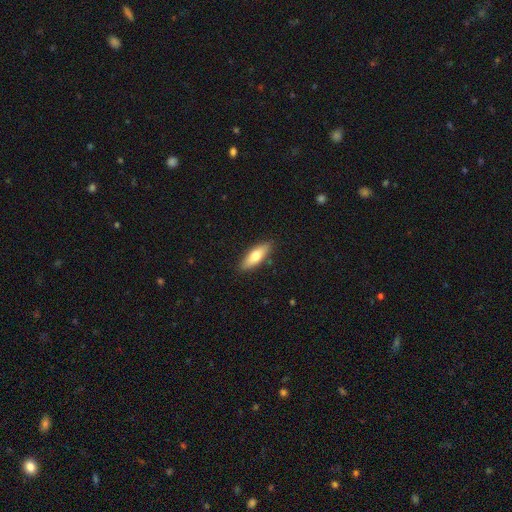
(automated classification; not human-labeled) Q: Smooth or featured?
A: smooth (70%); runner-up: featured or disk (24%)
Q: How rounded?
A: in between (59%); runner-up: cigar-shaped (38%)
Q: Merging?
A: none (88%); runner-up: minor disturbance (9%)